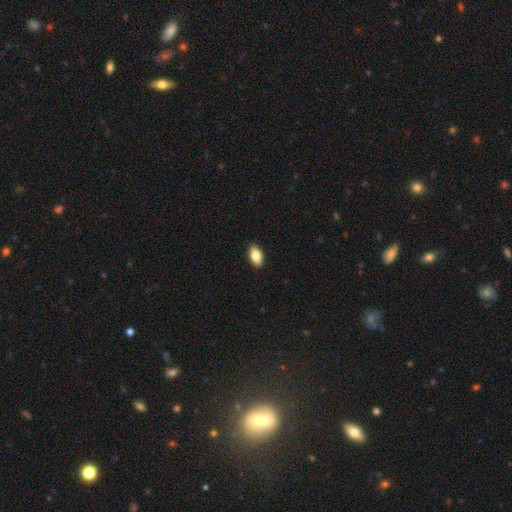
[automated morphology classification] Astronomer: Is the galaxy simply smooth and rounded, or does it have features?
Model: smooth — 82%.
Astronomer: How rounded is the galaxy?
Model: in between — 91%.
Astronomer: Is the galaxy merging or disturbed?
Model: none — 91%.